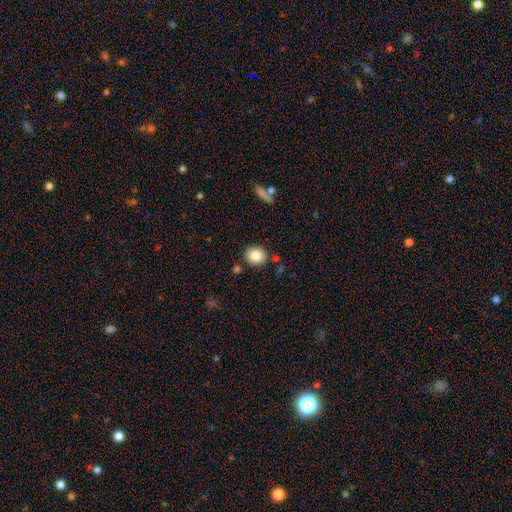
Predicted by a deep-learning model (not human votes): Smooth or featured: smooth — 84% (star or artifact — 9%)
How rounded: round — 78% (in between — 21%)
Merging: none — 84% (minor disturbance — 9%)